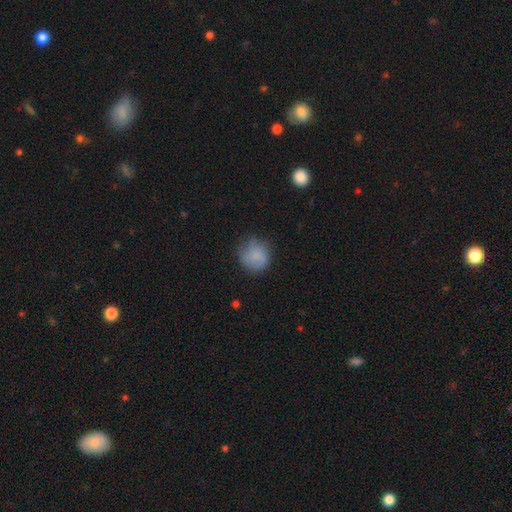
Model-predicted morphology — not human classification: type=smooth (78%); roundness=round (87%); merging=none (67%).